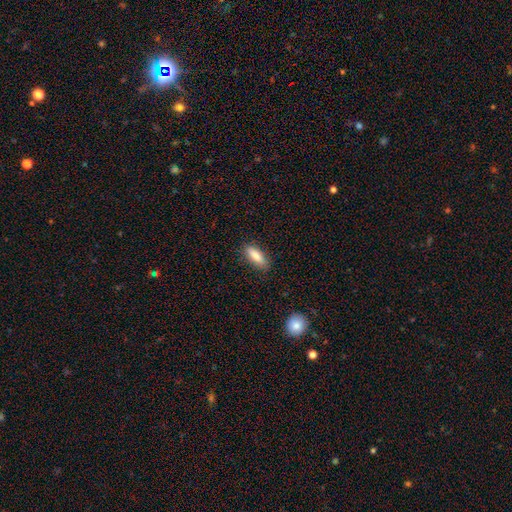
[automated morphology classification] Smooth or featured?
  - smooth: 84% *
  - featured or disk: 9%
  - star or artifact: 6%
How rounded?
  - in between: 60% *
  - cigar-shaped: 38%
  - round: 2%
Merging?
  - none: 86% *
  - minor disturbance: 11%
  - major disturbance: 2%
  - merger: 1%